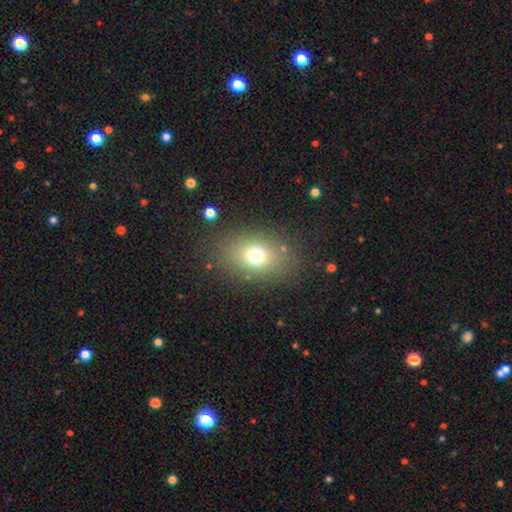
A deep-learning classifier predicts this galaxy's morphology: This appears to be a smooth galaxy with no disk features (72%) that is in between round and cigar-shaped (63%). Merging: none (82%).